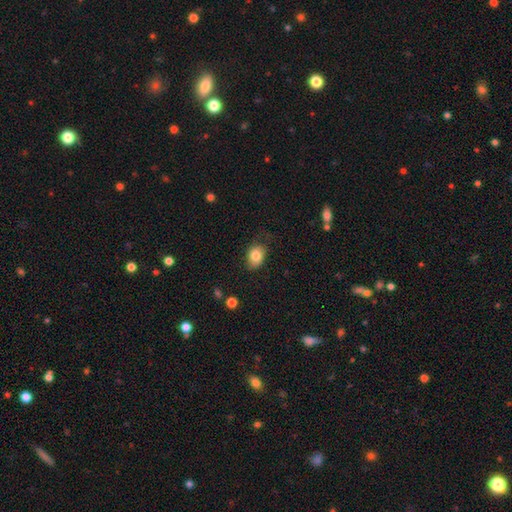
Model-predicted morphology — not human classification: smooth 83%, featured or disk 9%, star or artifact 8%. Down the decision tree: how rounded — in between (68%); merging — none (69%).